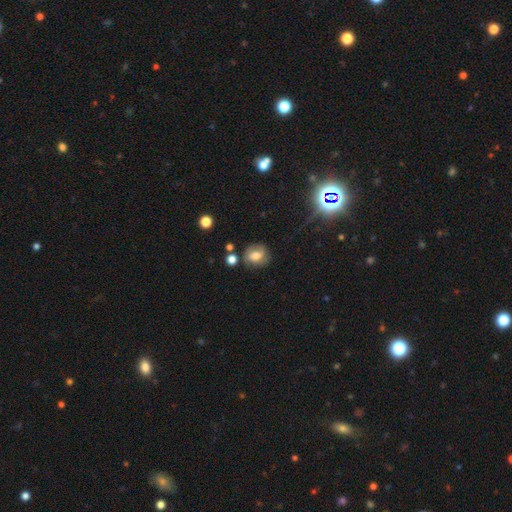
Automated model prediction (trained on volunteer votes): Smooth or featured? smooth (58%)
How rounded? round (69%)
Merging? none (71%)